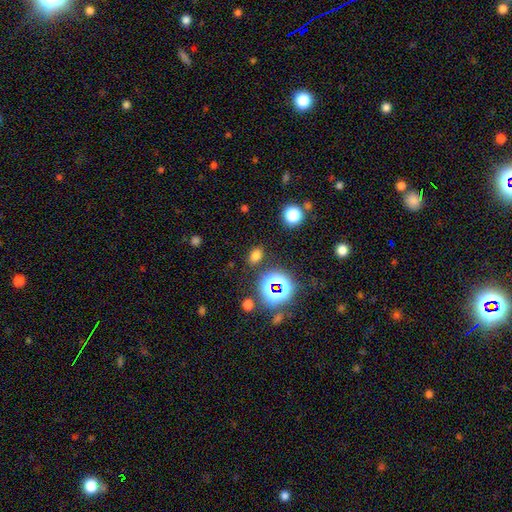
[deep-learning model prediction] Smooth or featured: smooth — 66% (star or artifact — 27%)
How rounded: in between — 67% (round — 32%)
Merging: none — 81% (minor disturbance — 10%)